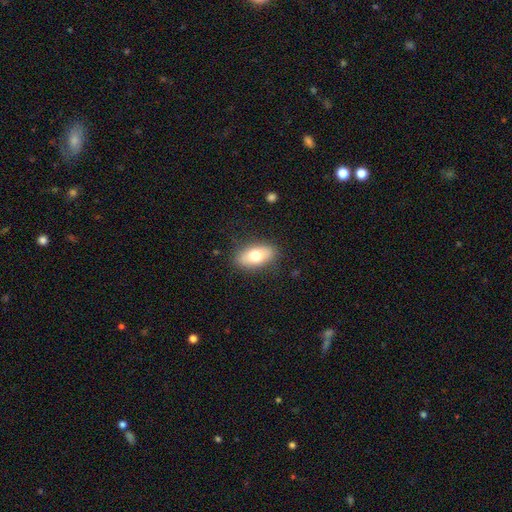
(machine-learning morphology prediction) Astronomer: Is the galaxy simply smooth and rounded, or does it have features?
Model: smooth — 71%.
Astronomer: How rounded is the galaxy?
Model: in between — 88%.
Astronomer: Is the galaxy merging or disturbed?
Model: none — 84%.